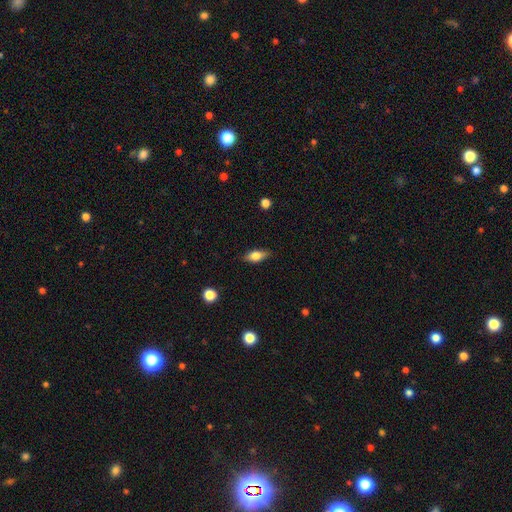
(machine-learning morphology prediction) The model was most divided on "smooth or featured": smooth: 70%, featured or disk: 22%, star or artifact: 8%. More confident: merging — none (83%); how rounded — in between (79%).